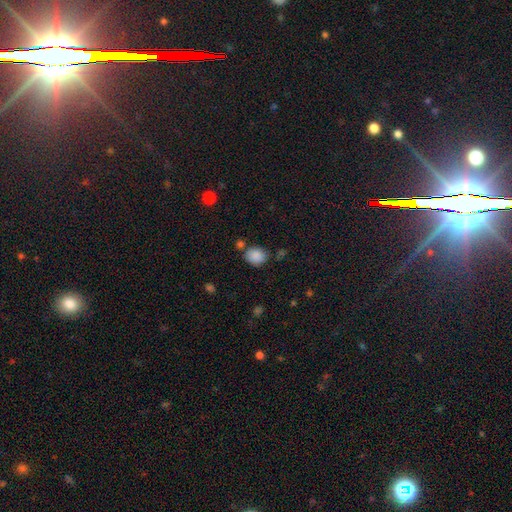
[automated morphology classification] smooth 87%, star or artifact 9%, featured or disk 4%. Down the decision tree: how rounded — round (56%); merging — none (69%).